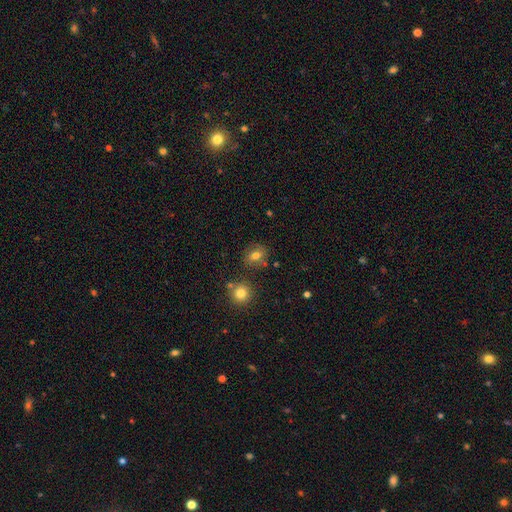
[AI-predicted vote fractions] A smooth galaxy with no disk features (73%) that is round (67%).

Vote fractions:
- Smooth or featured? smooth: 73% / featured or disk: 14% / star or artifact: 13%
- How rounded? round: 67% / in between: 32% / cigar-shaped: 1%
- Merging? none: 79% / minor disturbance: 12% / merger: 6% / major disturbance: 3%